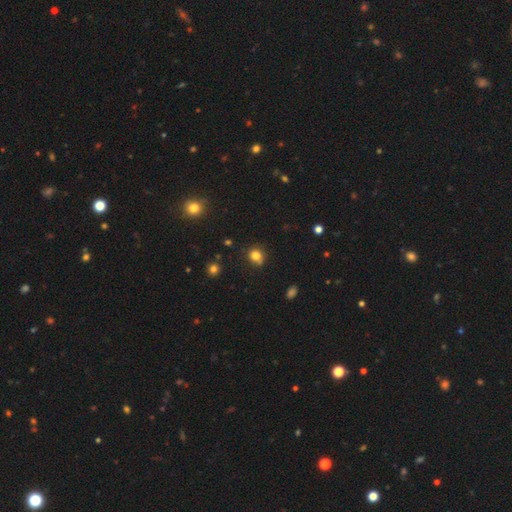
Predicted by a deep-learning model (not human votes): smooth_or_featured: smooth (p=0.78) [alt: star or artifact p=0.15]
how_rounded: round (p=0.81) [alt: in between p=0.18]
merging: none (p=0.68) [alt: minor disturbance p=0.17]